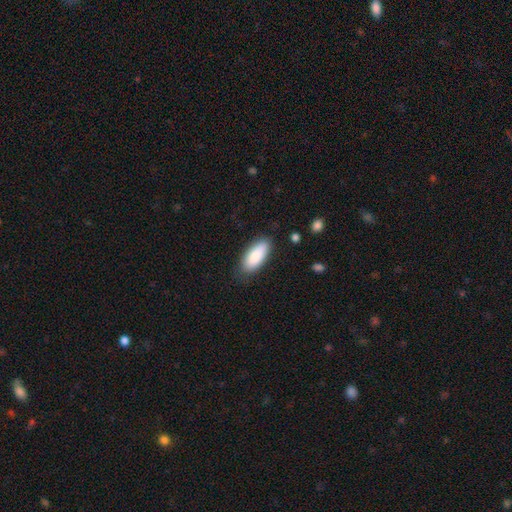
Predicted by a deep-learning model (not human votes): Morphology: type=smooth (88%); roundness=in between (83%); merging=none (82%).